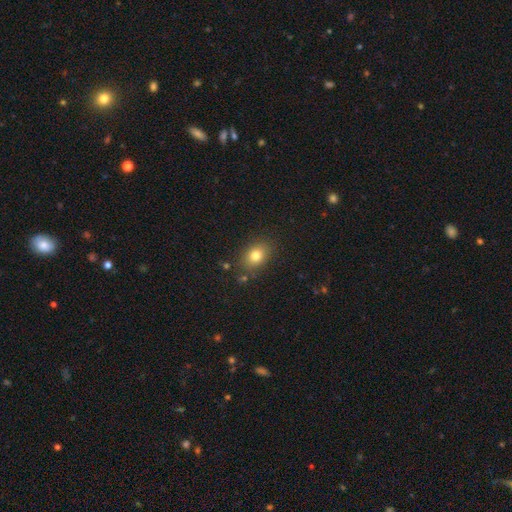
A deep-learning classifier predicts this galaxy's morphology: smooth-or-featured: smooth: 79% | star or artifact: 11% | featured or disk: 9%
  how-rounded: in between: 69% | round: 30% | cigar-shaped: 1%
  merging: none: 83% | minor disturbance: 11% | major disturbance: 3% | merger: 3%